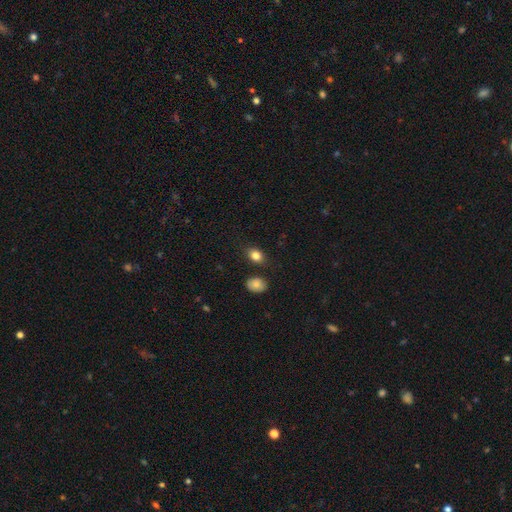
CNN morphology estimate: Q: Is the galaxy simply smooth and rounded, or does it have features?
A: smooth — 83%.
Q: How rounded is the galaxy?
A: in between — 71%.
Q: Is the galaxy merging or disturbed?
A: none — 80%.